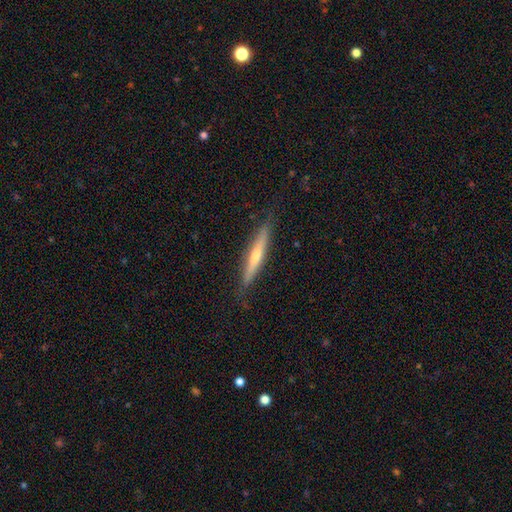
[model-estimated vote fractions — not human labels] Smooth or featured: featured or disk — 60% (smooth — 33%)
Edge-on disk: yes — 94% (no — 6%)
Edge-on bulge: rounded — 74% (none — 21%)
Merging: none — 86% (minor disturbance — 11%)